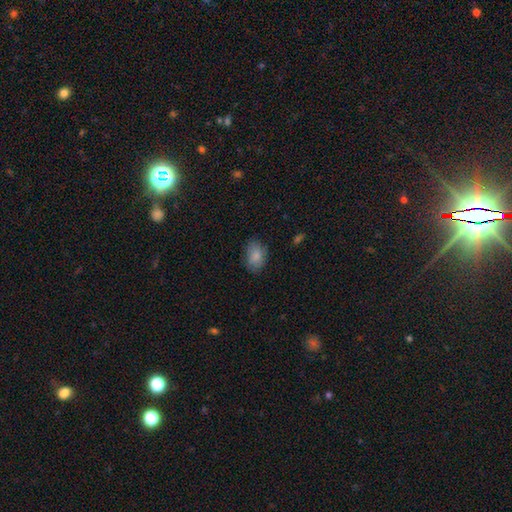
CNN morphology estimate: Smooth or featured?
  - smooth: 84% *
  - featured or disk: 8%
  - star or artifact: 7%
How rounded?
  - in between: 83% *
  - round: 16%
  - cigar-shaped: 1%
Merging?
  - none: 77% *
  - minor disturbance: 18%
  - major disturbance: 4%
  - merger: 1%